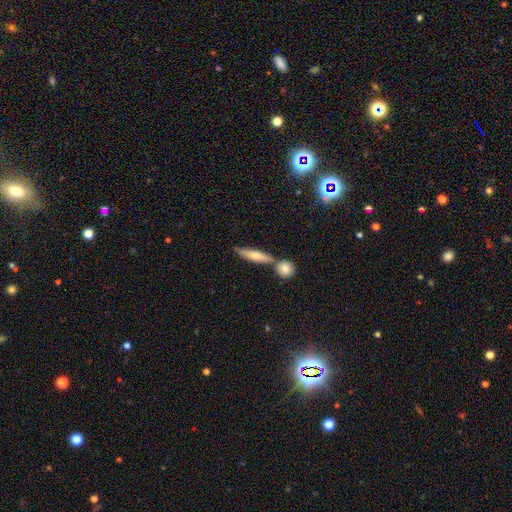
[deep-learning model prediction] This appears to be a smooth galaxy with no disk features (51%) that is cigar-shaped (79%). Merging: none (69%).